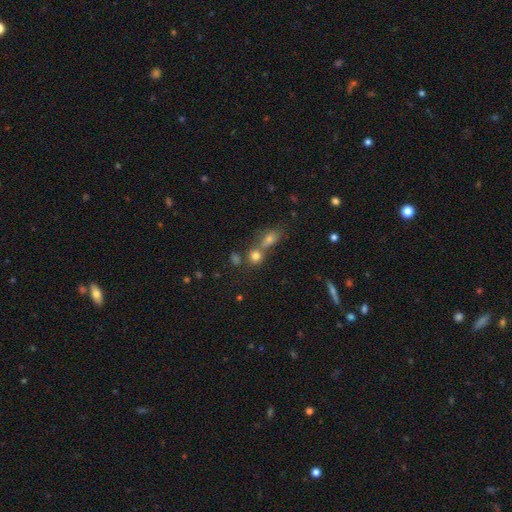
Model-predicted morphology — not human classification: smooth 76%, star or artifact 15%, featured or disk 9%. Down the decision tree: how rounded — round (71%); merging — merger (45%).